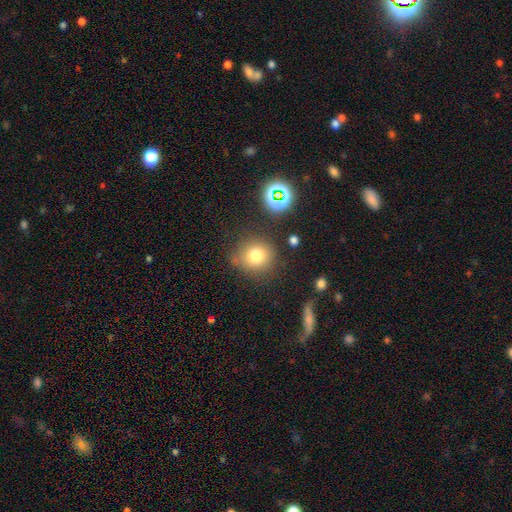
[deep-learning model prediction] A smooth galaxy with no disk features (77%) that is round (85%).

Vote fractions:
- Smooth or featured? smooth: 77% / star or artifact: 14% / featured or disk: 9%
- How rounded? round: 85% / in between: 14% / cigar-shaped: 1%
- Merging? none: 77% / minor disturbance: 14% / major disturbance: 5% / merger: 4%